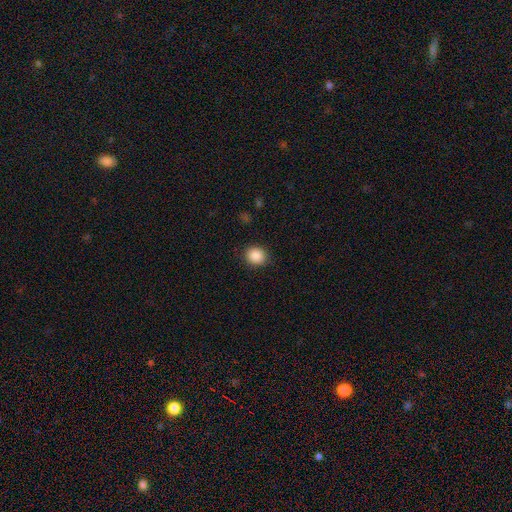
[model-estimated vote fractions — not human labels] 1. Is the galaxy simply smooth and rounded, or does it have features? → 88% smooth, 9% star or artifact, 3% featured or disk.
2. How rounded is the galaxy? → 76% round, 23% in between, 1% cigar-shaped.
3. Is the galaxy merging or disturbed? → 89% none, 7% minor disturbance, 2% major disturbance, 1% merger.